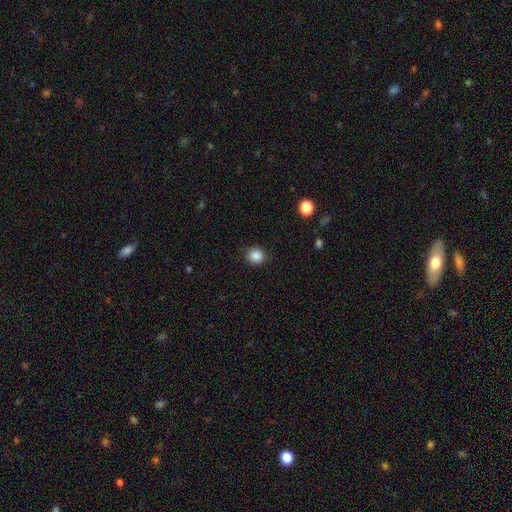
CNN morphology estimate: This is clearly a smooth galaxy (87%). How rounded: clearly round (86%). Merging: clearly none (87%).